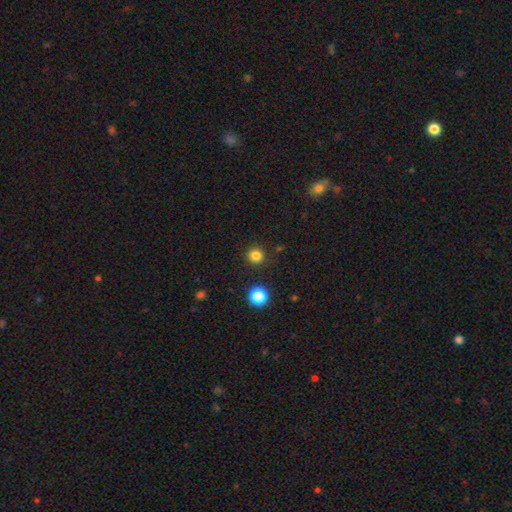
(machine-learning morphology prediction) type=smooth (81%); roundness=round (94%); merging=none (91%).